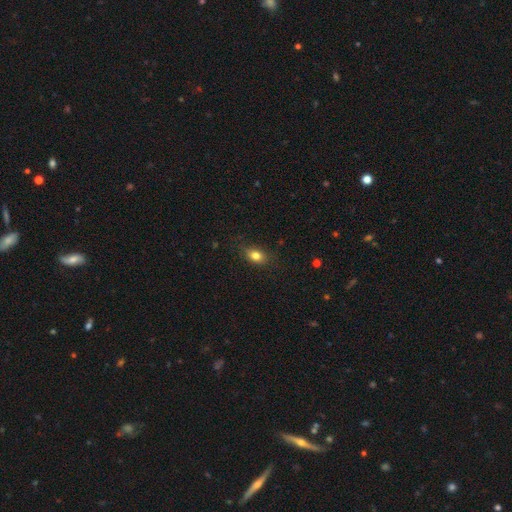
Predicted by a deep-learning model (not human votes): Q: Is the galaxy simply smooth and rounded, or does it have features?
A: smooth — 81%.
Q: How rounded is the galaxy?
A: in between — 76%.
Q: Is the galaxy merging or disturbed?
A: none — 80%.